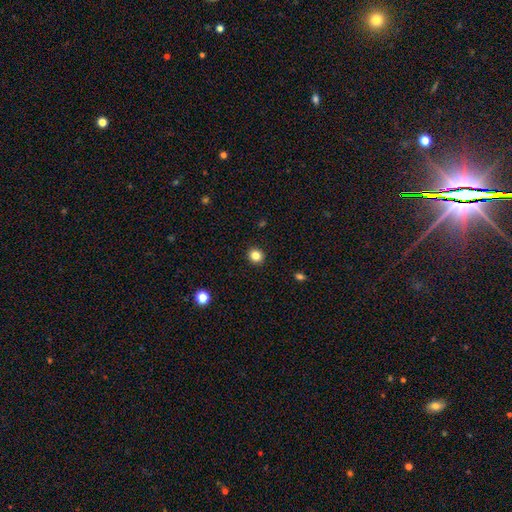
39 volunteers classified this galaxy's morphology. smooth_or_featured: smooth (p=0.87) [alt: featured or disk p=0.08]
how_rounded: round (p=0.88) [alt: in between p=0.12]
merging: none (p=0.97) [alt: merger p=0.03]